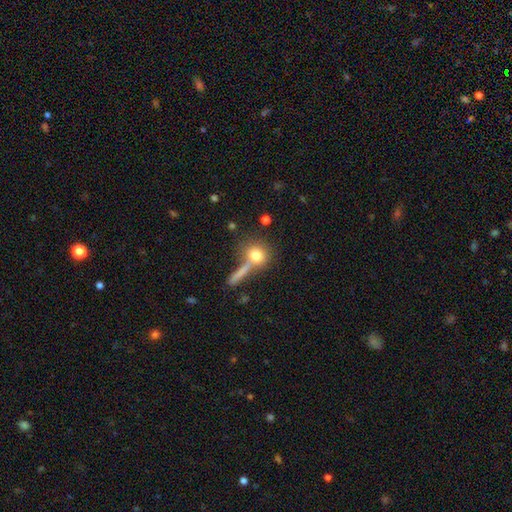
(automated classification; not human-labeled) smooth_or_featured: smooth (p=0.76) [alt: featured or disk p=0.14]
how_rounded: round (p=0.80) [alt: in between p=0.14]
merging: none (p=0.56) [alt: merger p=0.25]